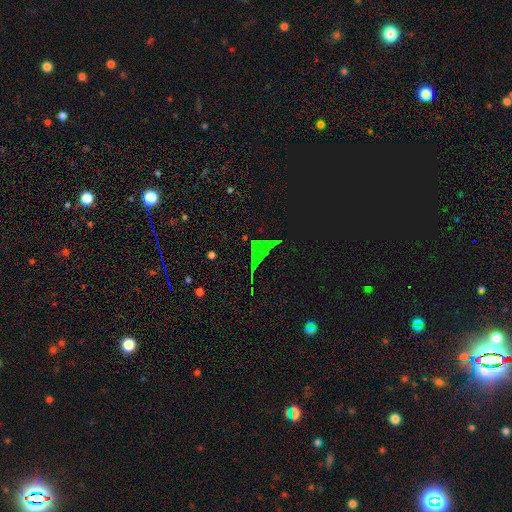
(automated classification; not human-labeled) The model was most divided on "smooth or featured": star or artifact: 74%, smooth: 16%, featured or disk: 10%.